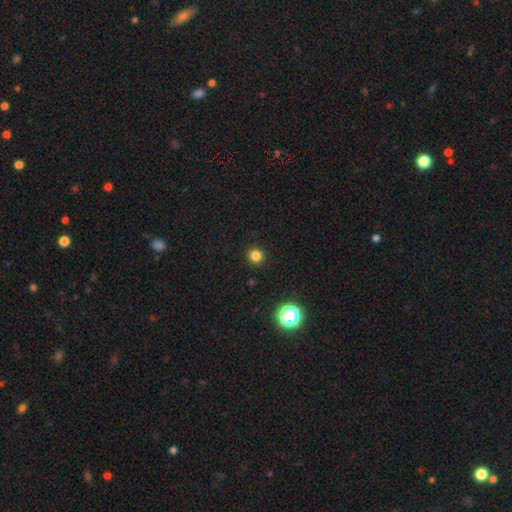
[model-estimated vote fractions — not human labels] This is clearly a smooth galaxy (80%). How rounded: clearly round (95%). Merging: clearly none (92%).